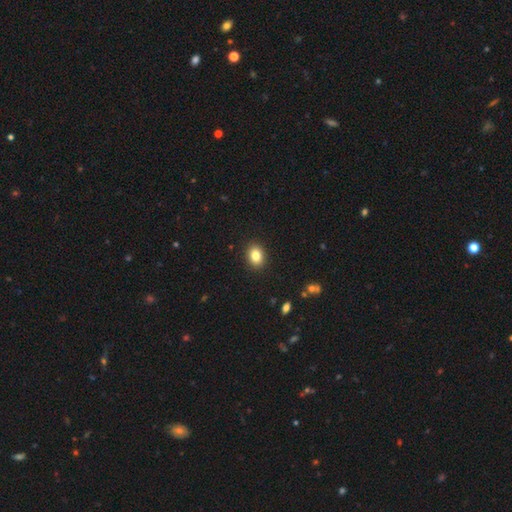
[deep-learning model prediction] A smooth galaxy with no disk features (83%) that is in between round and cigar-shaped (59%). Merging: none (90%).